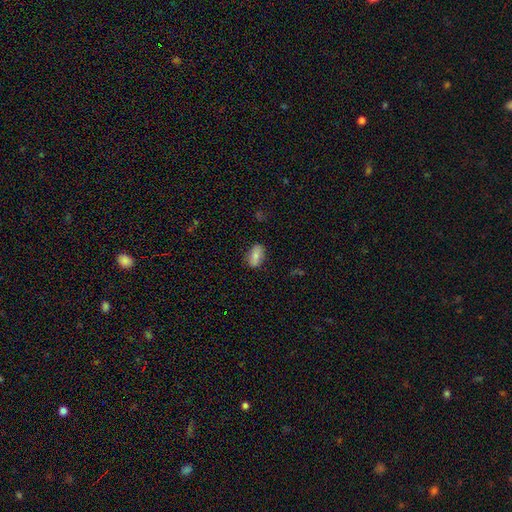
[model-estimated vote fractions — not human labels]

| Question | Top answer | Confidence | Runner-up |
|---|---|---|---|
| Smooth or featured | smooth | 79% | featured or disk (13%) |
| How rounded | in between | 89% | round (6%) |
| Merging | none | 82% | minor disturbance (14%) |